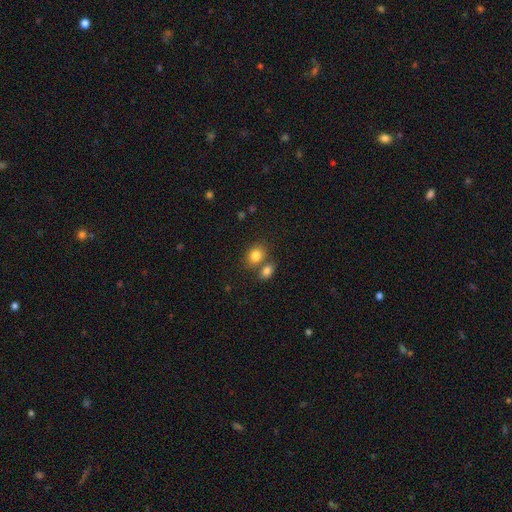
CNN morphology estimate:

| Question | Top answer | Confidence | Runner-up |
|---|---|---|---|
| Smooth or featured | smooth | 83% | star or artifact (10%) |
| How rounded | round | 51% | in between (47%) |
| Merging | none | 52% | merger (34%) |